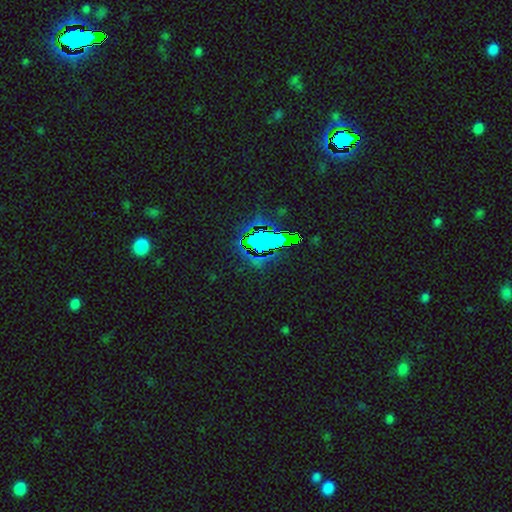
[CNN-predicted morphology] A star or artifact, not a galaxy (78%).